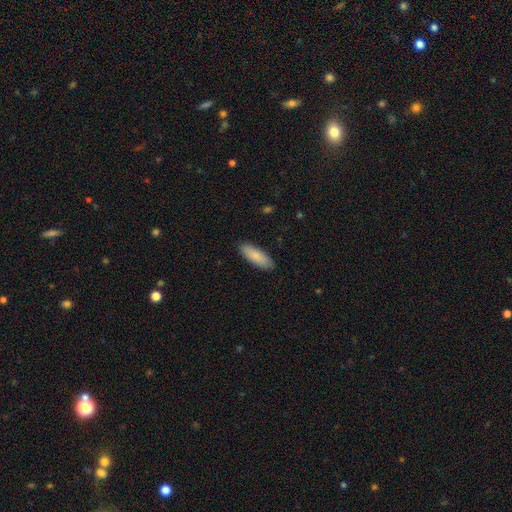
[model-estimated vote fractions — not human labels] A smooth galaxy with no disk features (86%) that is in between round and cigar-shaped (61%). Merging: none (89%).